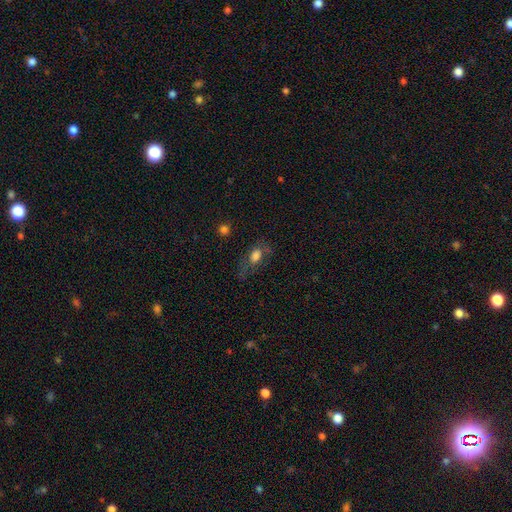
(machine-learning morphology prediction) Smooth or featured?
  - smooth: 65% *
  - featured or disk: 22%
  - star or artifact: 13%
How rounded?
  - in between: 80% *
  - round: 14%
  - cigar-shaped: 6%
Merging?
  - none: 52% *
  - minor disturbance: 23%
  - major disturbance: 22%
  - merger: 3%